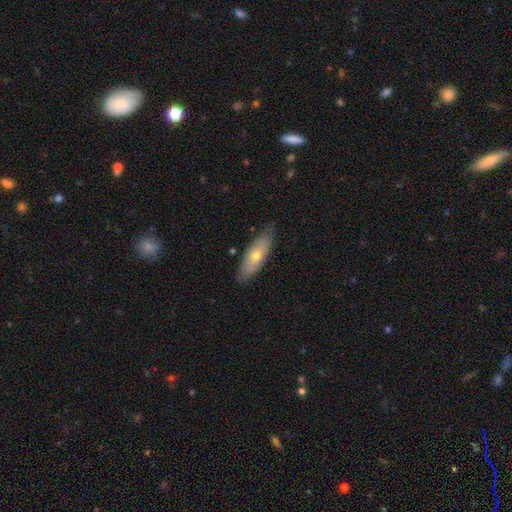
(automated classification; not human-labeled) smooth 58%, featured or disk 35%, star or artifact 6%. Down the decision tree: how rounded — in between (55%); merging — none (83%).